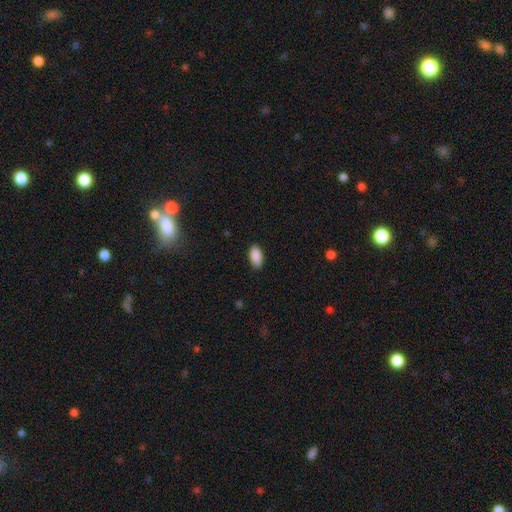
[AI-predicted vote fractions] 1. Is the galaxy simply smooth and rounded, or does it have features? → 90% smooth, 7% star or artifact, 3% featured or disk.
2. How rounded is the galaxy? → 93% in between, 4% cigar-shaped, 3% round.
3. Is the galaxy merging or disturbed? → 85% none, 11% minor disturbance, 2% major disturbance, 1% merger.